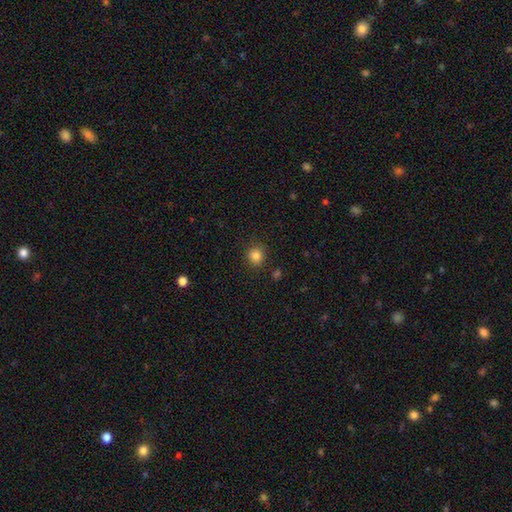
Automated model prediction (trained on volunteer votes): smooth 84%, star or artifact 12%, featured or disk 4%. Down the decision tree: how rounded — round (86%); merging — none (87%).